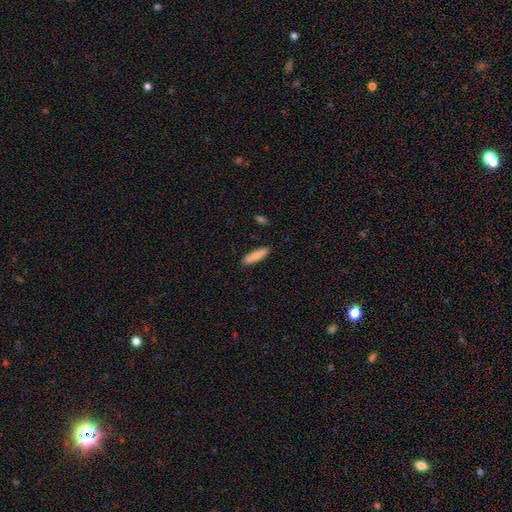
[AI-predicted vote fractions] smooth_or_featured: smooth (p=0.83) [alt: featured or disk p=0.11]
how_rounded: cigar-shaped (p=0.60) [alt: in between p=0.39]
merging: none (p=0.88) [alt: minor disturbance p=0.09]